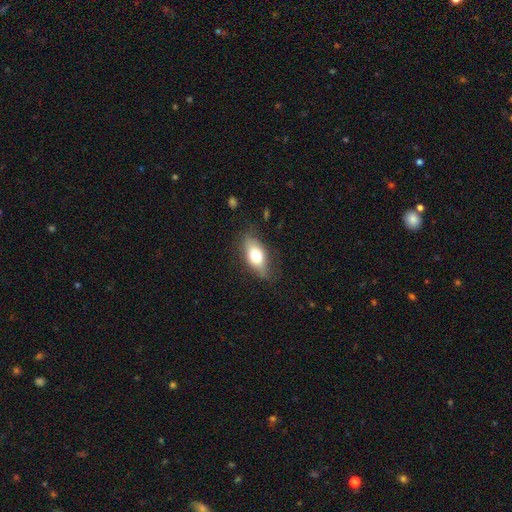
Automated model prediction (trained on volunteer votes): This is likely a smooth galaxy (68%). How rounded: clearly in between (84%). Merging: likely none (73%).